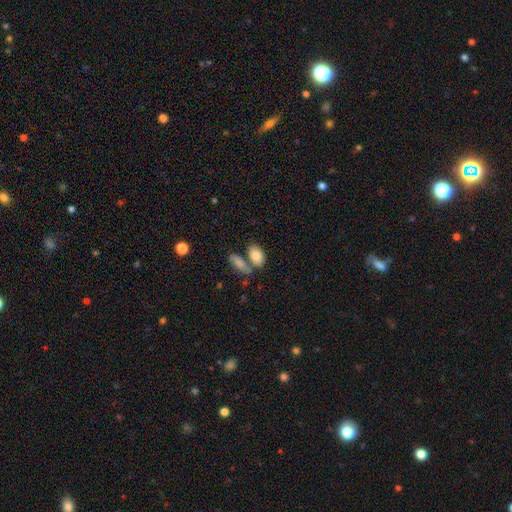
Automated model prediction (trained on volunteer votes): The model was most divided on "merging": none: 49%, merger: 34%, minor disturbance: 13%, major disturbance: 5%. More confident: how rounded — in between (90%); smooth or featured — smooth (85%).